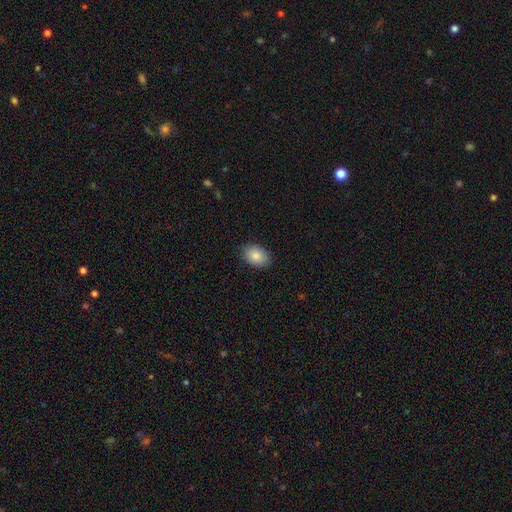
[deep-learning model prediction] This is clearly a smooth galaxy (88%). How rounded: likely in between (78%). Merging: clearly none (87%).